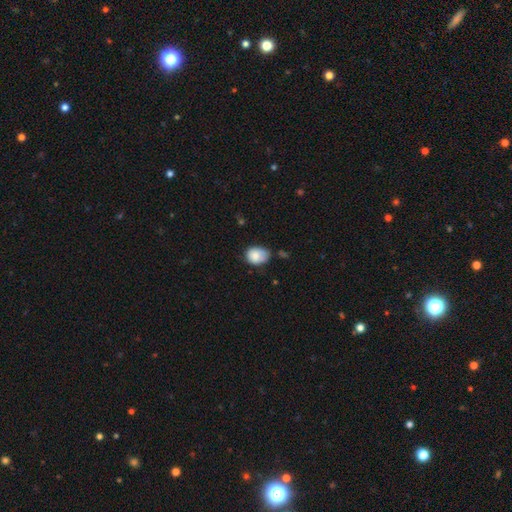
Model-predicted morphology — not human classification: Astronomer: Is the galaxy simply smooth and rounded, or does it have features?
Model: smooth — 81%.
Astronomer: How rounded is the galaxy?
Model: in between — 61% (runner-up: round, 38%).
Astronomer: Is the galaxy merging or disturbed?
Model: none — 45% (runner-up: minor disturbance, 40%).